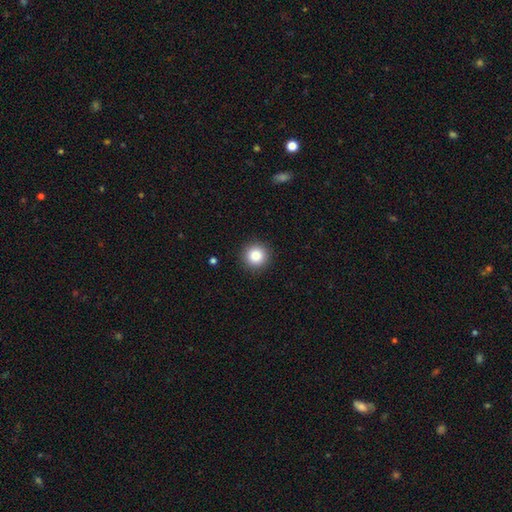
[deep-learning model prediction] A smooth galaxy with no disk features (84%) that is round (95%).

Vote fractions:
- Smooth or featured? smooth: 84% / star or artifact: 10% / featured or disk: 6%
- How rounded? round: 95% / in between: 4% / cigar-shaped: 1%
- Merging? none: 92% / minor disturbance: 5% / major disturbance: 2% / merger: 1%